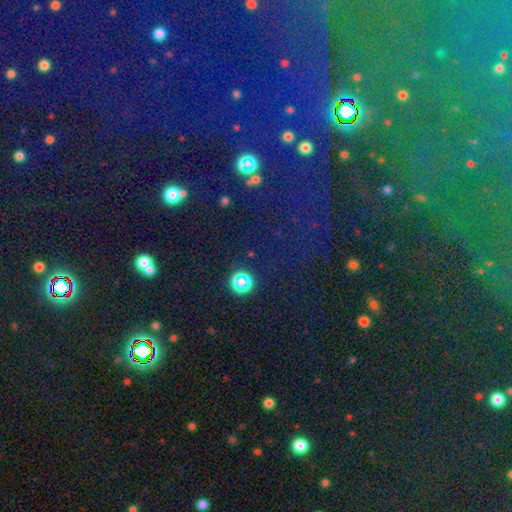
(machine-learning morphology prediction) Smooth or featured?
  - star or artifact: 68% *
  - smooth: 24%
  - featured or disk: 8%